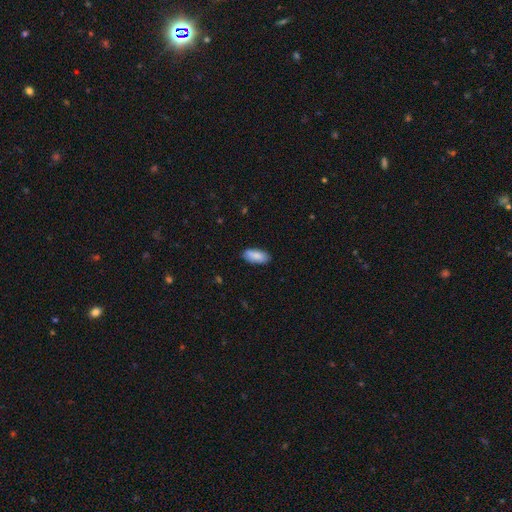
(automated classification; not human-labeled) This is clearly a smooth galaxy (86%). How rounded: clearly in between (86%). Merging: clearly none (84%).